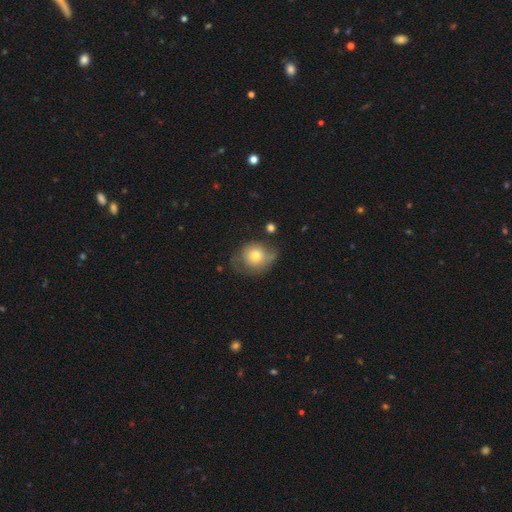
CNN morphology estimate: Smooth or featured? smooth (68%)
How rounded? round (74%)
Merging? none (47%)